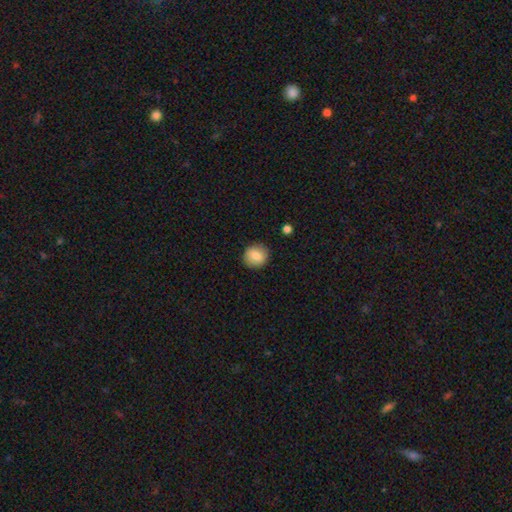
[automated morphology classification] The model was most divided on "how rounded": round: 84%, in between: 15%, cigar-shaped: 1%. More confident: merging — none (89%); smooth or featured — smooth (82%).